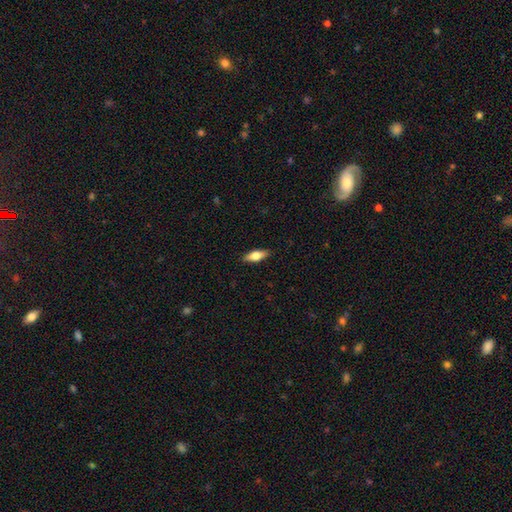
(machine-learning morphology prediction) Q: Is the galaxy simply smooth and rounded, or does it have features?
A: smooth — 63%.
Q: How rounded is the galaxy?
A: in between — 70%.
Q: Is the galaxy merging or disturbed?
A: none — 89%.